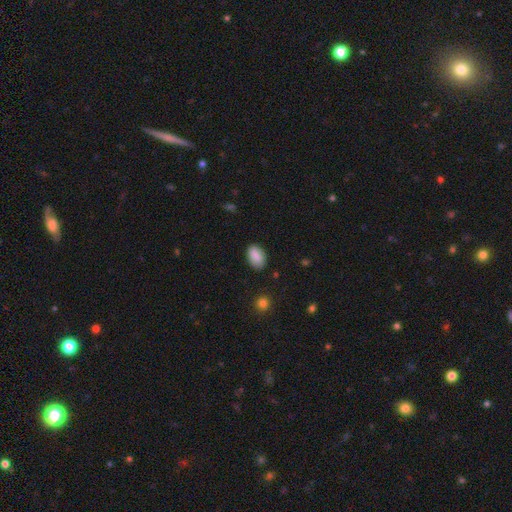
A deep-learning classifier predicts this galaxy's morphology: type=smooth (87%); roundness=in between (91%); merging=none (83%).